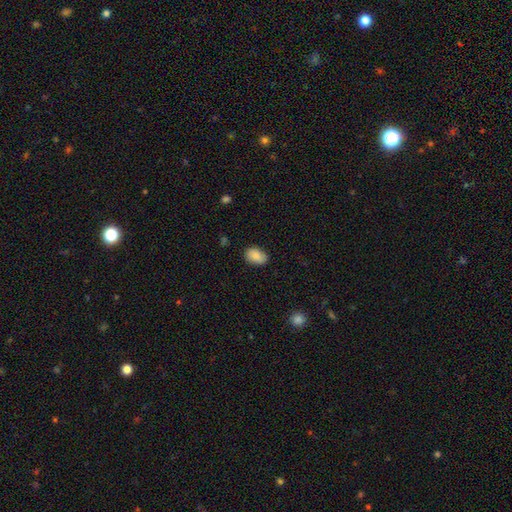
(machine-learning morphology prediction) smooth-or-featured: smooth: 88% | star or artifact: 7% | featured or disk: 5%
  how-rounded: in between: 86% | round: 13% | cigar-shaped: 1%
  merging: none: 81% | minor disturbance: 15% | major disturbance: 3% | merger: 1%